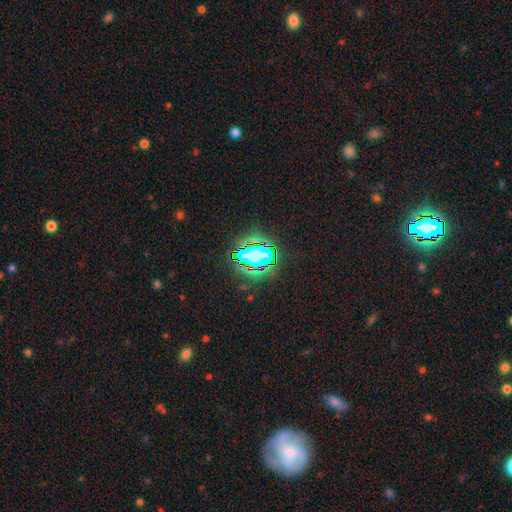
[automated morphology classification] Overall: star or artifact (59%; smooth 28%).